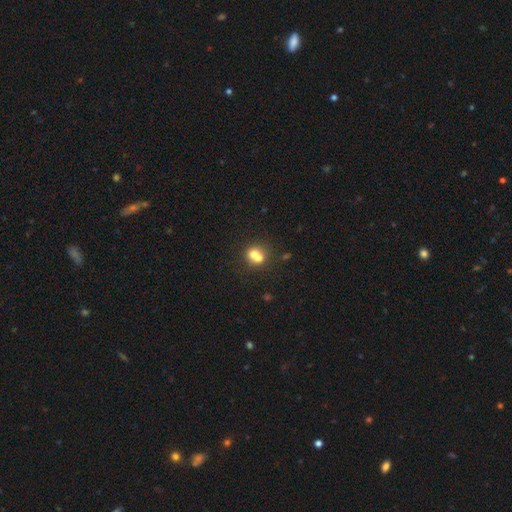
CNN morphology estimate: This is likely a smooth galaxy (67%). How rounded: likely round (78%). Merging: possibly merger (58%).